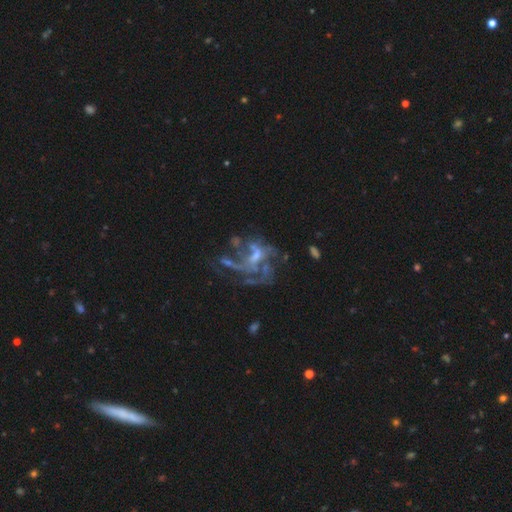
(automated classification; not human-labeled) A featured or disk galaxy (78%) with no bar (56%), loose (42%) spiral arms (67%) and a small central bulge (39%). Merging: major disturbance (41%).